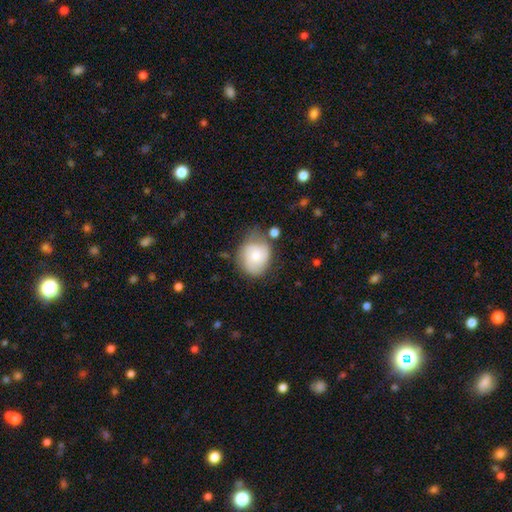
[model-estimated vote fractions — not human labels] smooth_or_featured: smooth (p=0.59) [alt: featured or disk p=0.34]
how_rounded: round (p=0.63) [alt: in between p=0.36]
merging: none (p=0.53) [alt: minor disturbance p=0.30]